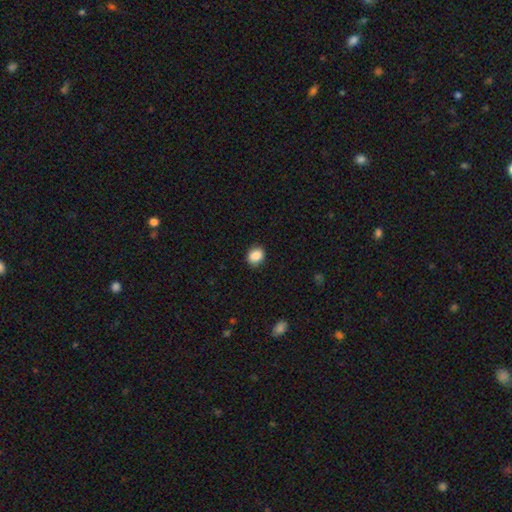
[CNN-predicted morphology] Smooth or featured?
  - smooth: 88% *
  - star or artifact: 8%
  - featured or disk: 3%
How rounded?
  - round: 52% *
  - in between: 47%
  - cigar-shaped: 1%
Merging?
  - none: 88% *
  - minor disturbance: 9%
  - major disturbance: 2%
  - merger: 1%